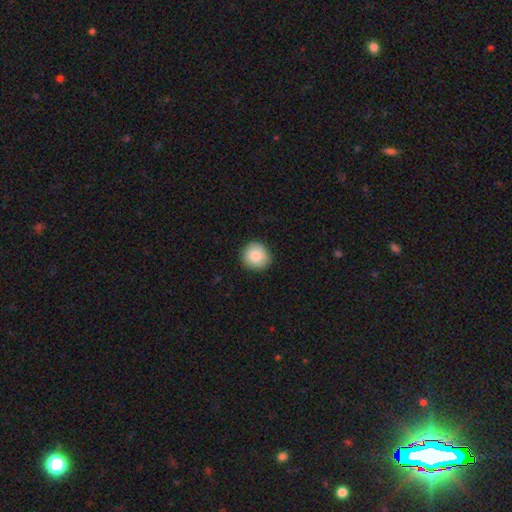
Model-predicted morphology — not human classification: This is clearly a smooth galaxy (85%). How rounded: clearly round (92%). Merging: clearly none (88%).